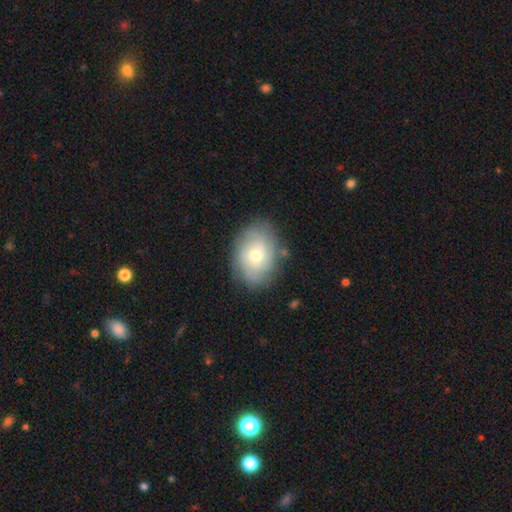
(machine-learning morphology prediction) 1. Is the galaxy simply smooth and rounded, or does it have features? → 57% featured or disk, 35% smooth, 8% star or artifact.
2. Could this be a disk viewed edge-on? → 95% no, 5% yes.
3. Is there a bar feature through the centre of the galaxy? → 73% no, 23% weak, 4% strong.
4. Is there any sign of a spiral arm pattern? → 79% yes, 21% no.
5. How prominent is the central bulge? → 56% moderate, 39% small, 3% large, 1% none, 1% dominant.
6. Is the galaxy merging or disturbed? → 80% none, 14% minor disturbance, 4% major disturbance, 2% merger.